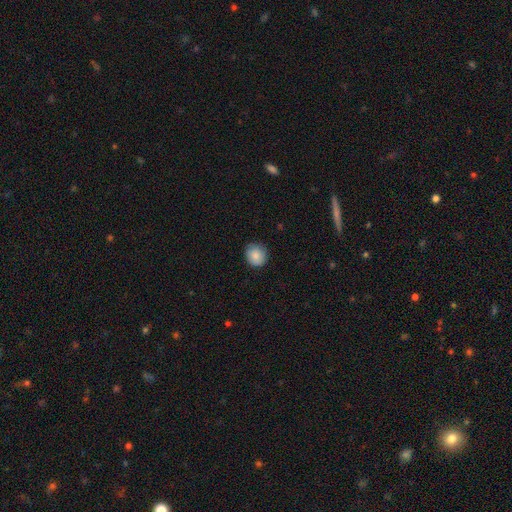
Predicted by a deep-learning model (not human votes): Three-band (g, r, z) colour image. It shows a smooth galaxy with no disk features (87%) that is round (85%). Merging: none (86%).